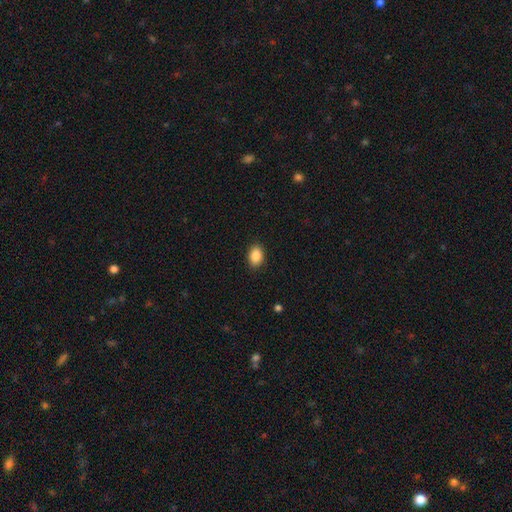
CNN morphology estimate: Q: Smooth or featured?
A: smooth (88%); runner-up: star or artifact (8%)
Q: How rounded?
A: in between (82%); runner-up: round (17%)
Q: Merging?
A: none (89%); runner-up: minor disturbance (8%)